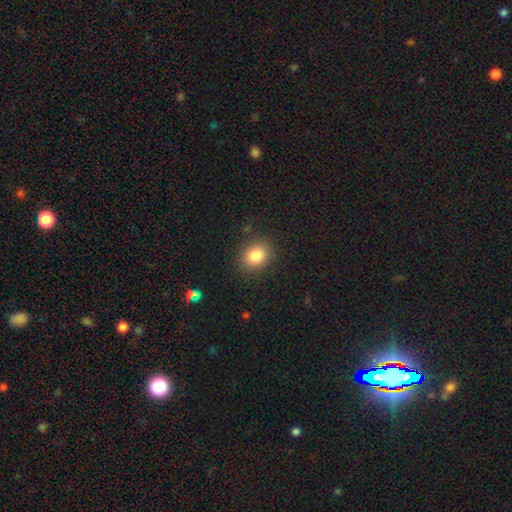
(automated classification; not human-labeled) This appears to be a smooth galaxy with no disk features (83%) that is round (58%). Merging: none (87%).